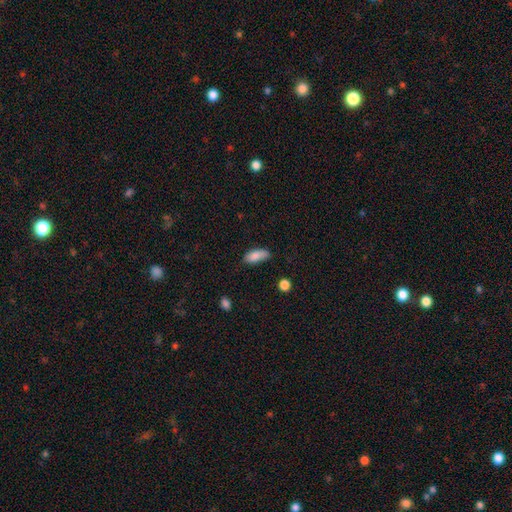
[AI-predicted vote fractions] smooth-or-featured: smooth: 84% | featured or disk: 8% | star or artifact: 7%
  how-rounded: in between: 80% | cigar-shaped: 17% | round: 2%
  merging: none: 65% | minor disturbance: 27% | major disturbance: 5% | merger: 3%